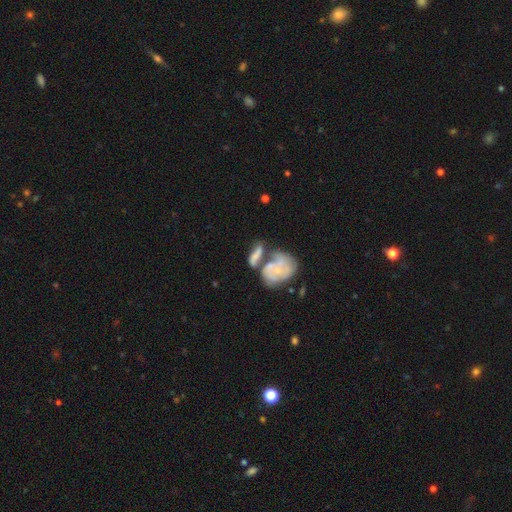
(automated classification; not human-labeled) Overall: featured or disk (46%; smooth 45%). Merging: merger (52%; none 22%).